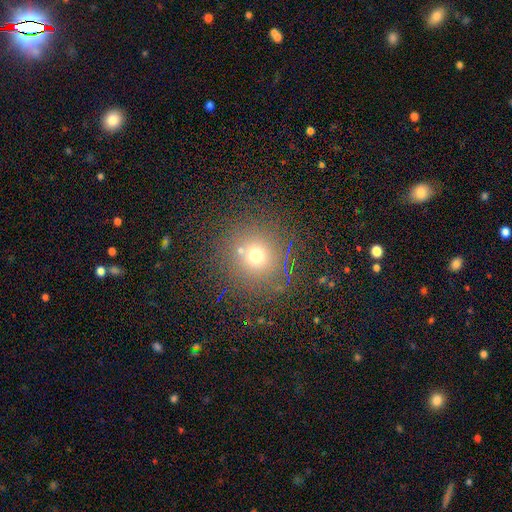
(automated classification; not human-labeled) This is likely a smooth galaxy (66%). How rounded: clearly round (92%). Merging: clearly none (82%).